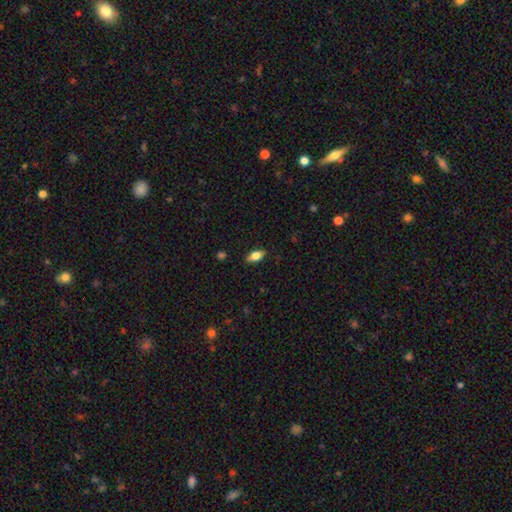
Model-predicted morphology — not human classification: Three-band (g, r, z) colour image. It shows a smooth galaxy with no disk features (77%) that is in between round and cigar-shaped (87%). Merging: none (87%).